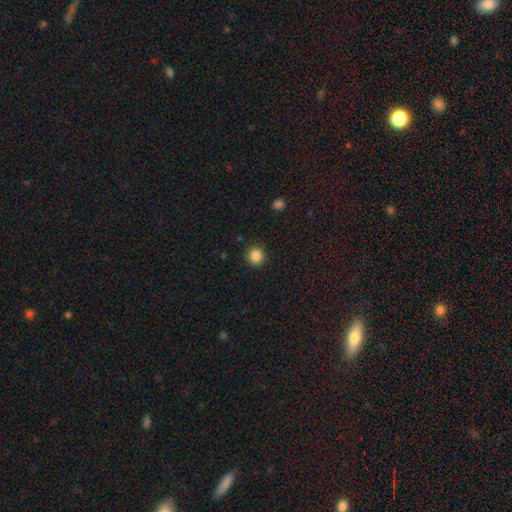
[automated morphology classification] smooth_or_featured: smooth (p=0.86) [alt: star or artifact p=0.11]
how_rounded: round (p=0.93) [alt: in between p=0.06]
merging: none (p=0.90) [alt: minor disturbance p=0.06]